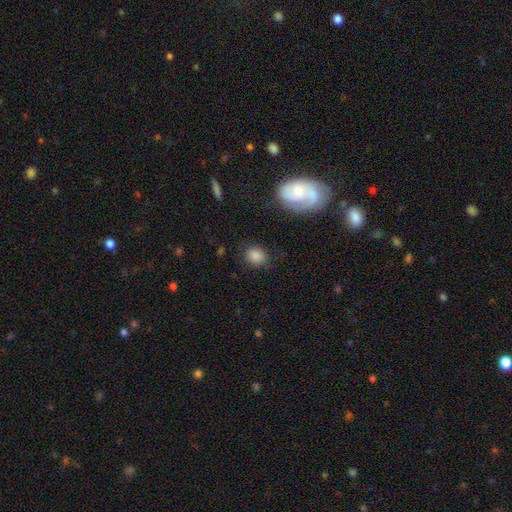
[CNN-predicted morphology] smooth 82%, star or artifact 11%, featured or disk 7%. Down the decision tree: how rounded — round (69%); merging — none (83%).